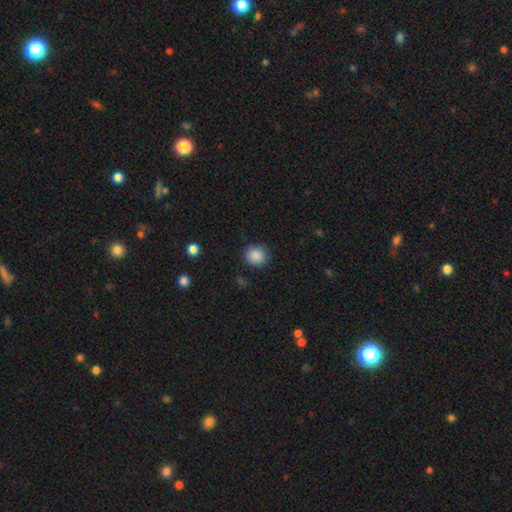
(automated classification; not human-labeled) A smooth galaxy with no disk features (88%) that is round (90%).

Vote fractions:
- Smooth or featured? smooth: 88% / star or artifact: 9% / featured or disk: 3%
- How rounded? round: 90% / in between: 9% / cigar-shaped: 1%
- Merging? none: 88% / minor disturbance: 8% / major disturbance: 3% / merger: 1%